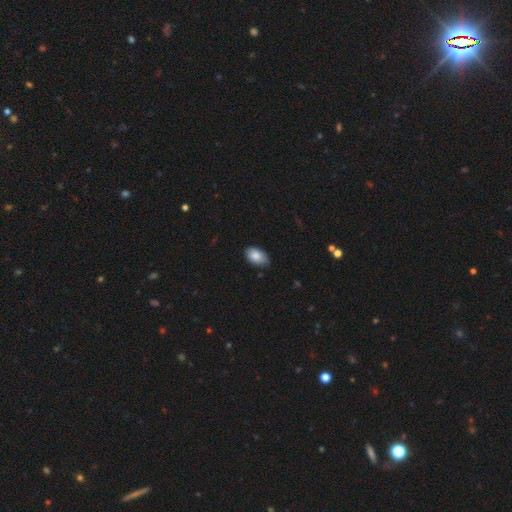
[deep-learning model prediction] Smooth or featured? Predicted: smooth (p=0.86). How rounded? Predicted: in between (p=0.93). Merging? Predicted: none (p=0.77).